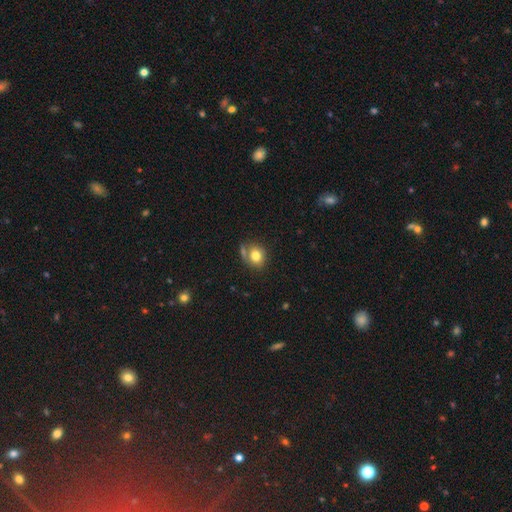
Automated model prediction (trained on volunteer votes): Q: Smooth or featured?
A: smooth (79%); runner-up: featured or disk (11%)
Q: How rounded?
A: round (69%); runner-up: in between (30%)
Q: Merging?
A: none (58%); runner-up: merger (18%)